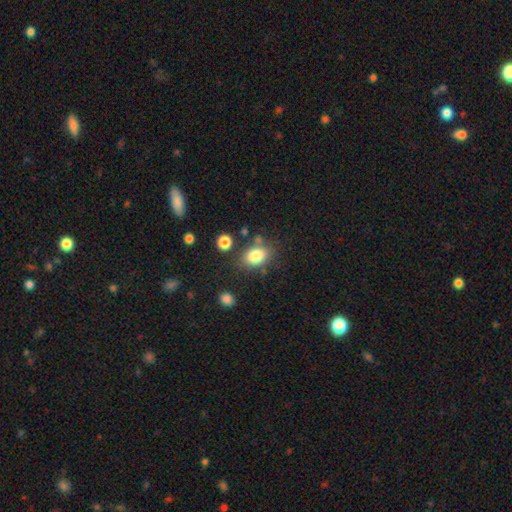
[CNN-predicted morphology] Smooth or featured? Predicted: smooth (p=0.82). How rounded? Predicted: in between (p=0.71). Merging? Predicted: none (p=0.72).